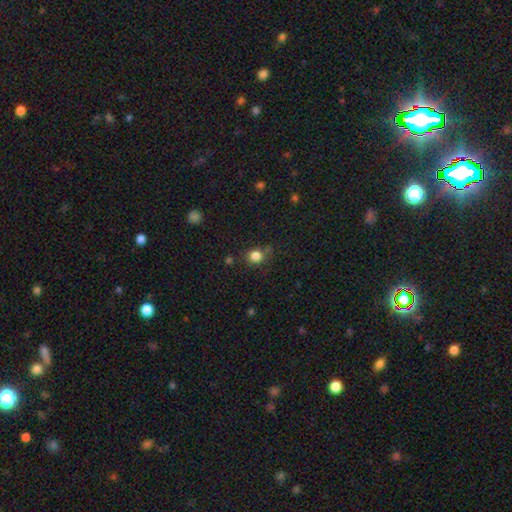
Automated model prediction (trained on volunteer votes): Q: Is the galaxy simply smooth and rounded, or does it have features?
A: smooth — 82%.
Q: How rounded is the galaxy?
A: round — 79%.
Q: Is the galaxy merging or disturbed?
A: none — 73%.